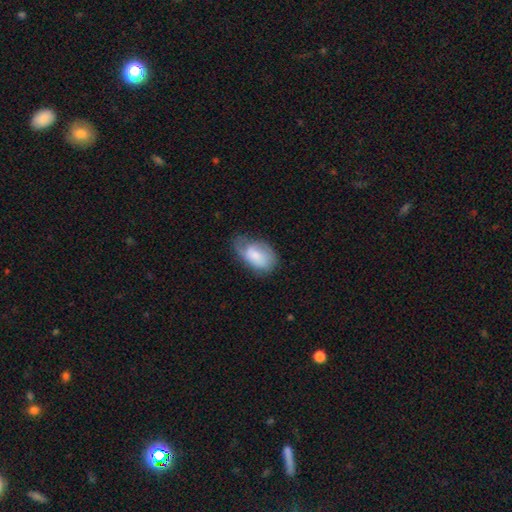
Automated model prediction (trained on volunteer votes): A smooth galaxy with no disk features (66%) that is in between round and cigar-shaped (89%).

Vote fractions:
- Smooth or featured? smooth: 66% / featured or disk: 27% / star or artifact: 7%
- How rounded? in between: 89% / round: 9% / cigar-shaped: 1%
- Merging? none: 39% / minor disturbance: 38% / major disturbance: 21% / merger: 2%